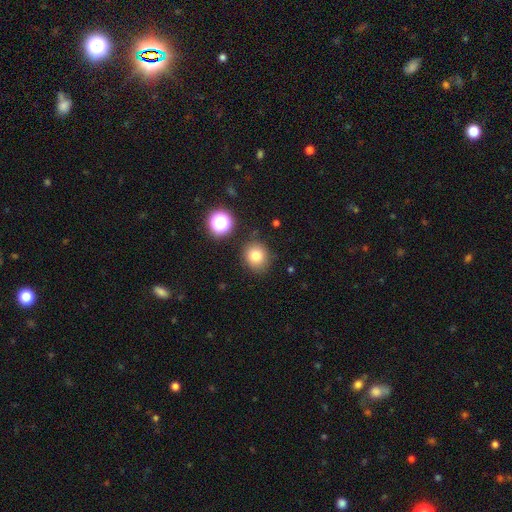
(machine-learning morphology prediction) A smooth galaxy with no disk features (78%) that is round (80%). Merging: none (83%).